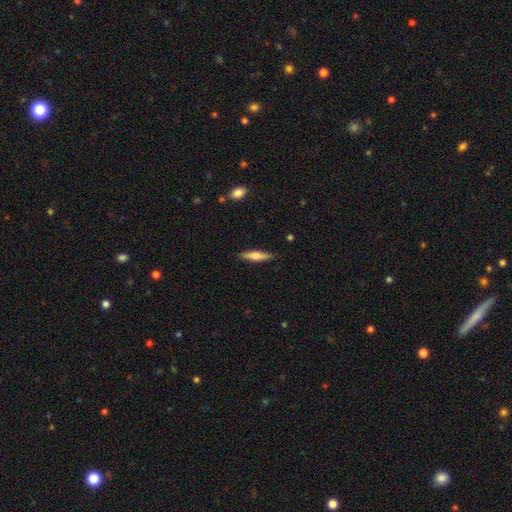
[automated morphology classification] smooth_or_featured: smooth (p=0.57) [alt: featured or disk p=0.37]
how_rounded: cigar-shaped (p=0.79) [alt: in between p=0.19]
merging: none (p=0.88) [alt: minor disturbance p=0.08]